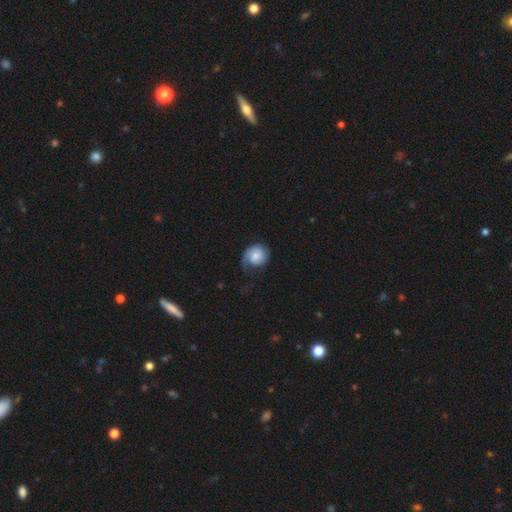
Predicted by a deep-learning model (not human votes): Smooth or featured? smooth (58%)
How rounded? round (70%)
Merging? none (42%)